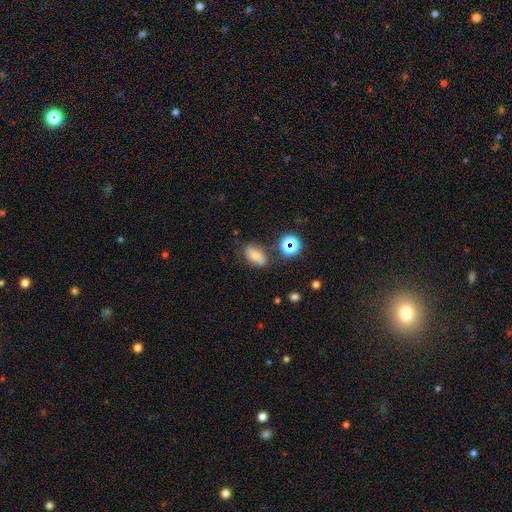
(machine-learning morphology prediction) type=smooth (68%); roundness=in between (83%); merging=none (73%).